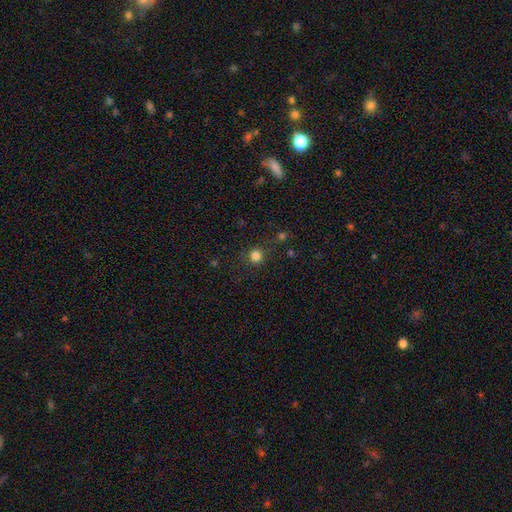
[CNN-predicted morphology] smooth 82%, star or artifact 14%, featured or disk 4%. Down the decision tree: how rounded — round (93%); merging — none (86%).